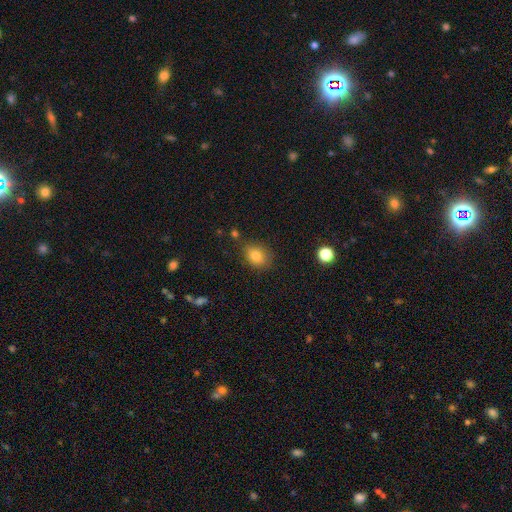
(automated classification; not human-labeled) Smooth or featured: smooth — 81% (star or artifact — 10%)
How rounded: in between — 57% (round — 42%)
Merging: none — 76% (minor disturbance — 16%)